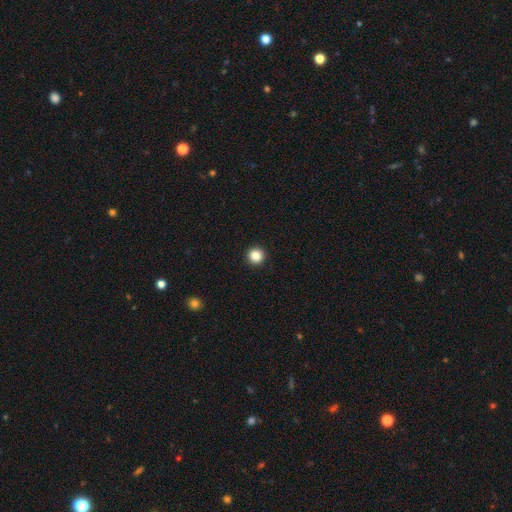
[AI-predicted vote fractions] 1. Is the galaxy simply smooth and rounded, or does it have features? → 85% smooth, 11% star or artifact, 4% featured or disk.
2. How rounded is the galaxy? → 95% round, 4% in between, 1% cigar-shaped.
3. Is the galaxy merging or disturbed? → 94% none, 4% minor disturbance, 1% major disturbance, 1% merger.